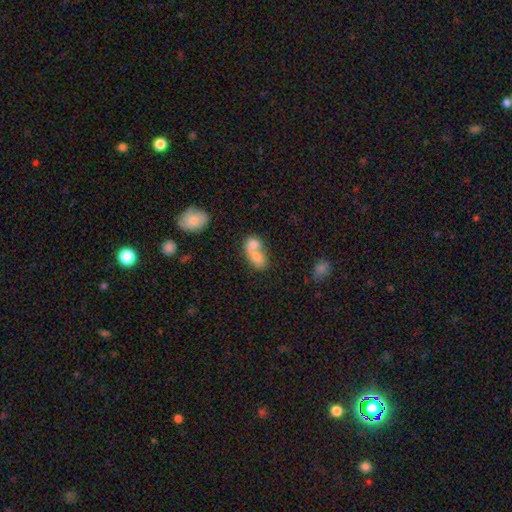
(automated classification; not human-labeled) Q: Smooth or featured?
A: smooth (71%); runner-up: featured or disk (20%)
Q: How rounded?
A: in between (75%); runner-up: round (22%)
Q: Merging?
A: merger (73%); runner-up: none (16%)